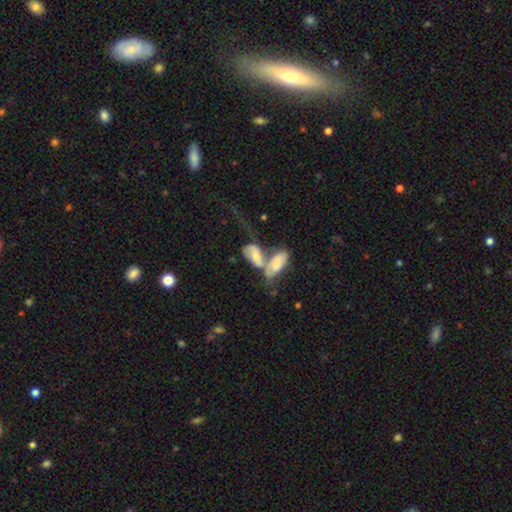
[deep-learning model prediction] Smooth or featured? Predicted: smooth (p=0.55). How rounded? Predicted: in between (p=0.87). Merging? Predicted: merger (p=0.74).